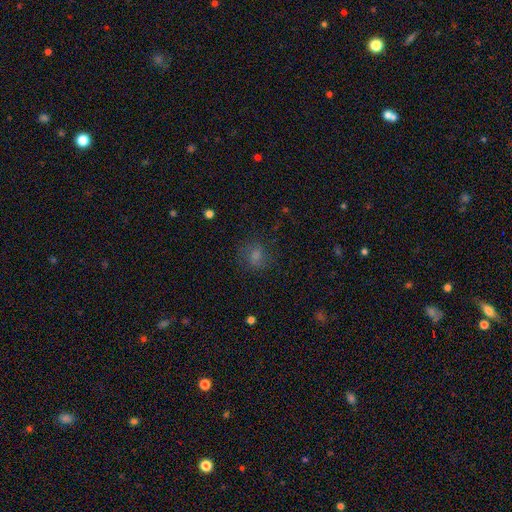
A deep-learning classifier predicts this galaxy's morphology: Smooth or featured: smooth — 72% (star or artifact — 16%)
How rounded: round — 54% (in between — 44%)
Merging: none — 71% (minor disturbance — 18%)